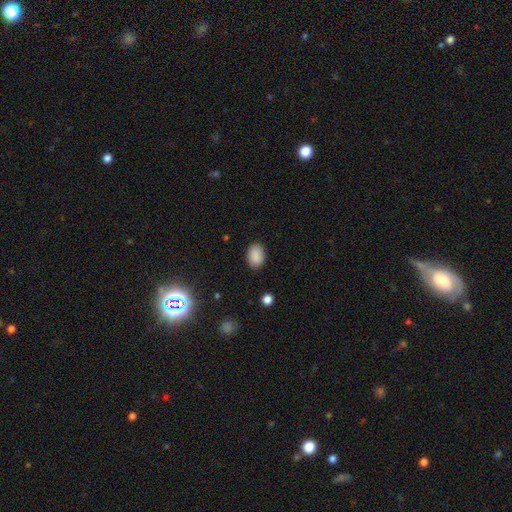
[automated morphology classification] Smooth or featured? Predicted: smooth (p=0.88). How rounded? Predicted: in between (p=0.83). Merging? Predicted: none (p=0.87).